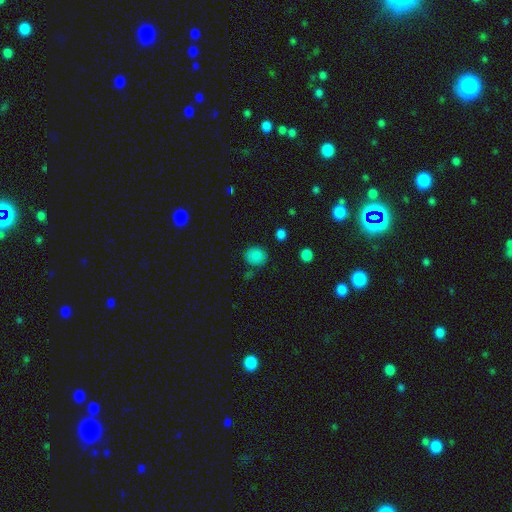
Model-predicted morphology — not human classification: This appears to be a smooth galaxy with no disk features (83%) that is round (75%). Merging: none (77%).